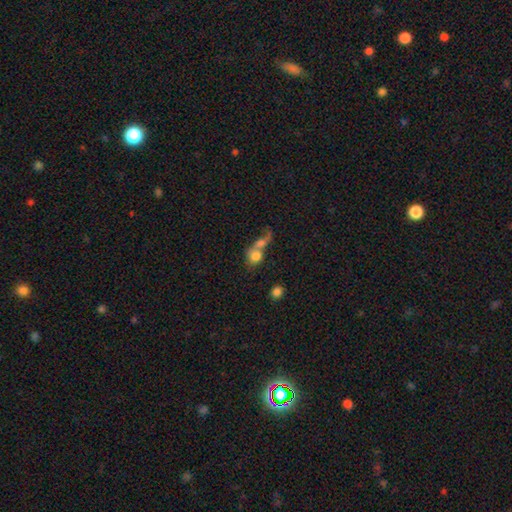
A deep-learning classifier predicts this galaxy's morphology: A smooth galaxy with no disk features (72%) that is round (64%).

Vote fractions:
- Smooth or featured? smooth: 72% / featured or disk: 18% / star or artifact: 10%
- How rounded? round: 64% / in between: 33% / cigar-shaped: 3%
- Merging? merger: 69% / none: 16% / major disturbance: 9% / minor disturbance: 6%